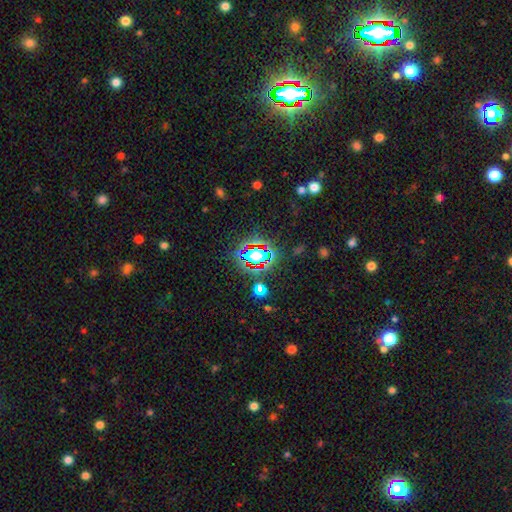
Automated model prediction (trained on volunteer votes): Overall: star or artifact (68%).